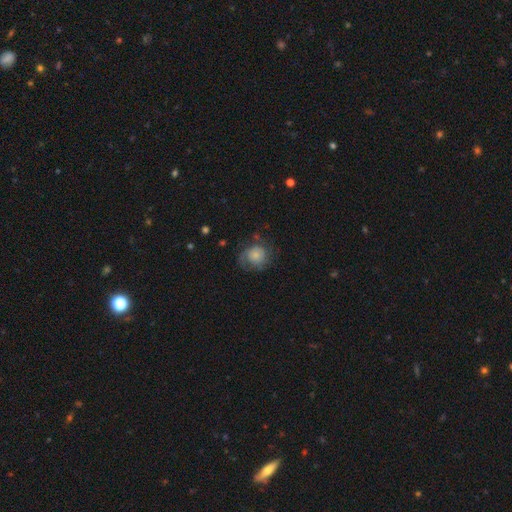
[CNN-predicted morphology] The model was most divided on "smooth or featured": smooth: 59%, featured or disk: 33%, star or artifact: 9%. More confident: how rounded — round (77%); merging — none (54%).